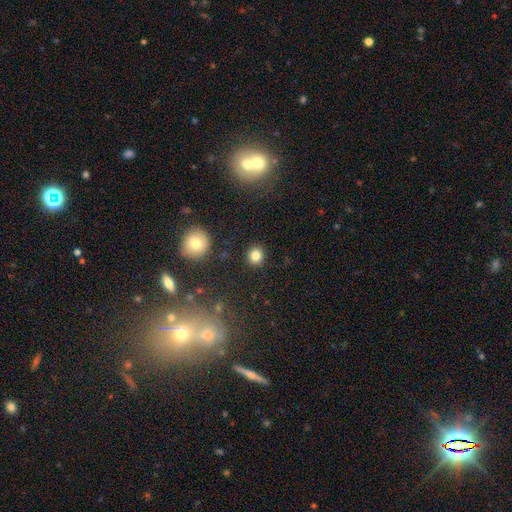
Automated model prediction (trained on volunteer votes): smooth-or-featured: smooth: 82% | star or artifact: 12% | featured or disk: 6%
  how-rounded: round: 87% | in between: 12% | cigar-shaped: 1%
  merging: none: 90% | minor disturbance: 6% | major disturbance: 2% | merger: 2%